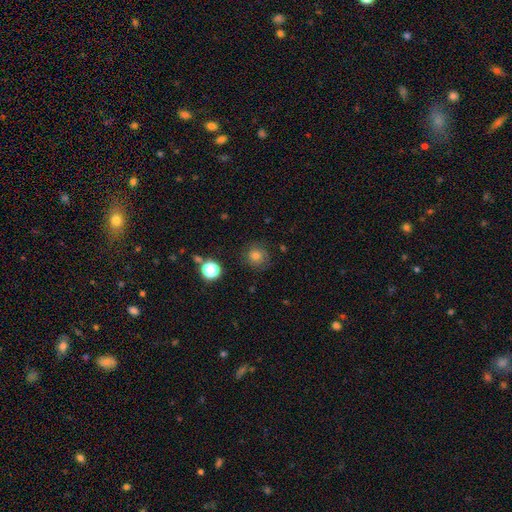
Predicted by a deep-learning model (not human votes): Smooth or featured? smooth (66%)
How rounded? round (91%)
Merging? none (76%)